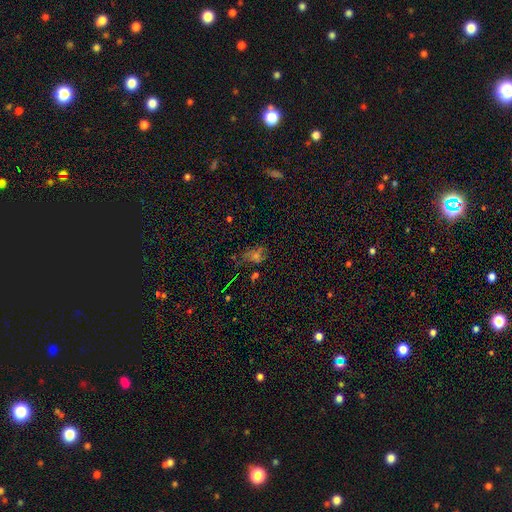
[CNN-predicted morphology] A star or artifact, not a galaxy (46%).

Vote fractions:
- Smooth or featured? star or artifact: 46% / smooth: 34% / featured or disk: 19%